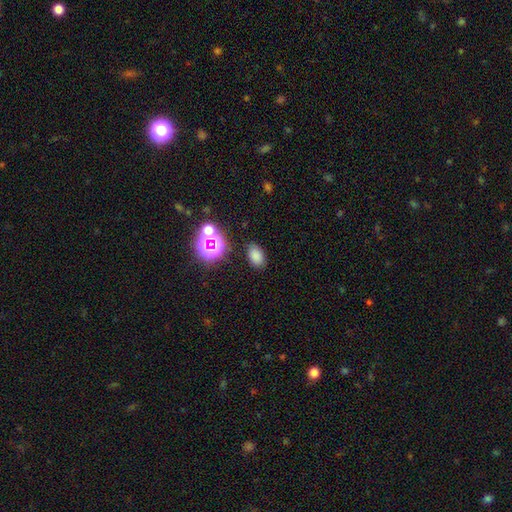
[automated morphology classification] A smooth galaxy with no disk features (76%) that is in between round and cigar-shaped (84%). Merging: none (82%).